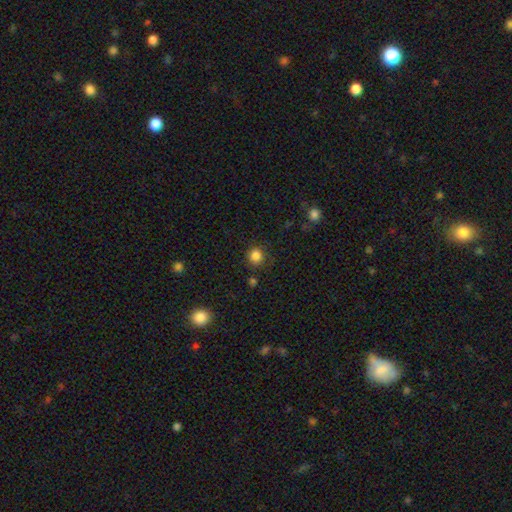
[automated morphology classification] Q: Smooth or featured?
A: smooth (84%); runner-up: star or artifact (12%)
Q: How rounded?
A: round (90%); runner-up: in between (10%)
Q: Merging?
A: none (83%); runner-up: minor disturbance (11%)